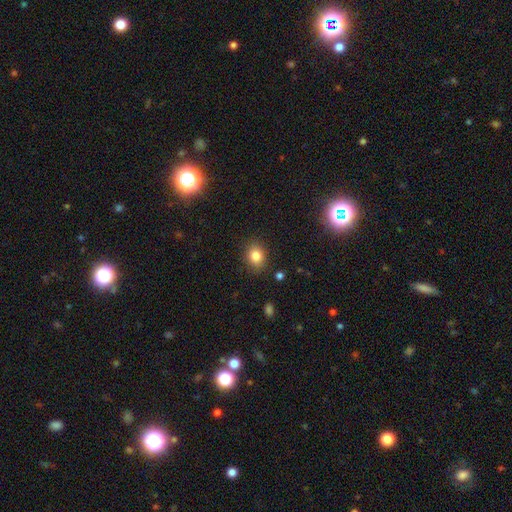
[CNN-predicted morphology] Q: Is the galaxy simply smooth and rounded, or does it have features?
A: smooth — 82%.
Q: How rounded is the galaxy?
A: round — 51%.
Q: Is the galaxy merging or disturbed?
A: none — 86%.